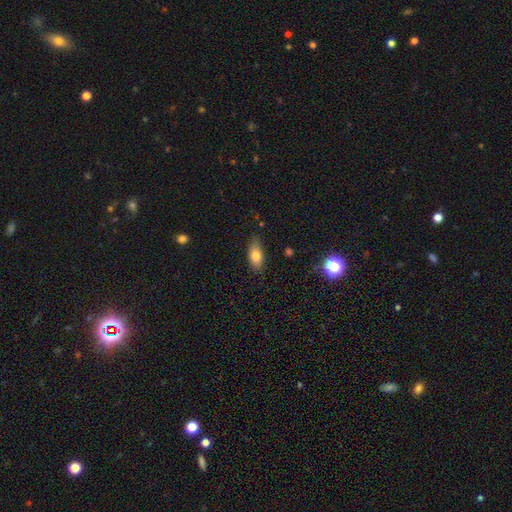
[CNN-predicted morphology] Smooth or featured?
  - smooth: 79% *
  - featured or disk: 12%
  - star or artifact: 8%
How rounded?
  - in between: 85% *
  - cigar-shaped: 10%
  - round: 5%
Merging?
  - none: 78% *
  - minor disturbance: 18%
  - major disturbance: 3%
  - merger: 2%